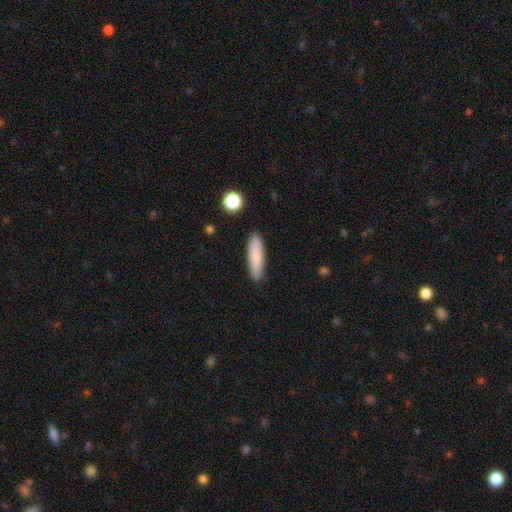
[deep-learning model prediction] Smooth or featured: smooth — 81% (featured or disk — 12%)
How rounded: cigar-shaped — 68% (in between — 30%)
Merging: none — 88% (minor disturbance — 8%)